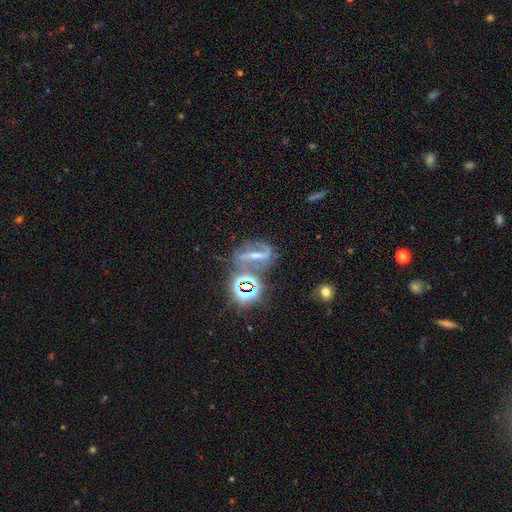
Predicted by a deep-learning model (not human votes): featured or disk 58%, star or artifact 30%, smooth 12%. Down the decision tree: edge-on disk — no (93%); bar — strong (64%); spiral arms — yes (84%); bulge size — small (42%); merging — none (57%).